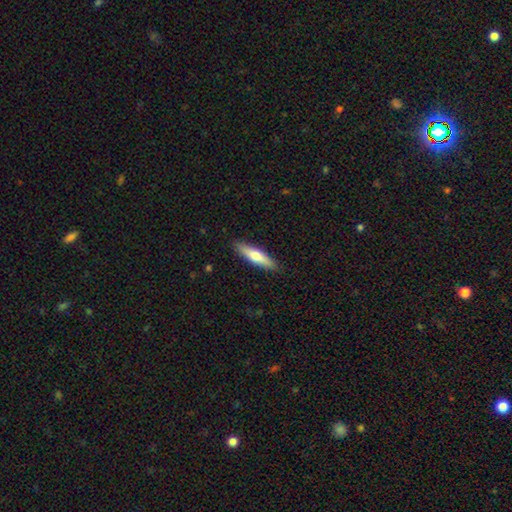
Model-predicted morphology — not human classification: smooth_or_featured: smooth (p=0.58) [alt: featured or disk p=0.36]
how_rounded: cigar-shaped (p=0.72) [alt: in between p=0.26]
merging: none (p=0.89) [alt: minor disturbance p=0.08]